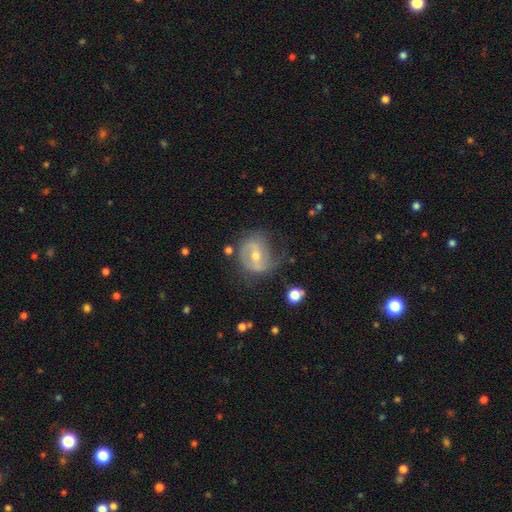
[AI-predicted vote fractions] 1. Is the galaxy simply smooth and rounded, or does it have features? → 72% featured or disk, 19% smooth, 9% star or artifact.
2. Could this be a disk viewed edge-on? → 96% no, 4% yes.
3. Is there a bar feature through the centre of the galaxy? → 46% weak, 28% no, 26% strong.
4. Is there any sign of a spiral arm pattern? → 81% yes, 19% no.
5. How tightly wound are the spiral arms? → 42% medium, 31% tight, 27% loose.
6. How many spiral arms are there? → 69% 2, 17% can't tell, 9% 1, 3% 3, 1% 4, 1% more than 4.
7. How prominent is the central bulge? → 57% moderate, 39% small, 2% large, 1% none, 1% dominant.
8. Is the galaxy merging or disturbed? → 60% none, 24% minor disturbance, 13% major disturbance, 3% merger.